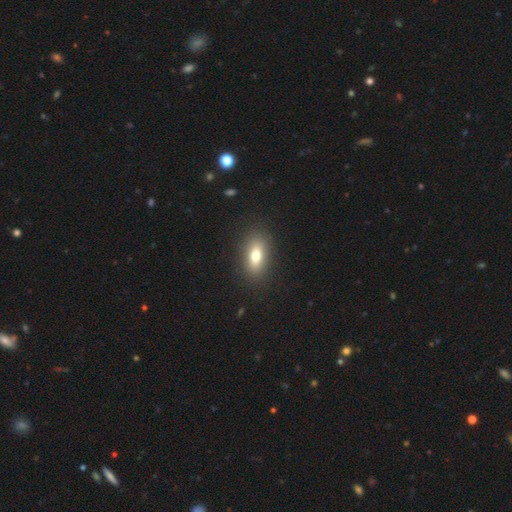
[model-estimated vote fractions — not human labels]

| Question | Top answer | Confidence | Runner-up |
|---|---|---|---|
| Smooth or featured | smooth | 72% | featured or disk (18%) |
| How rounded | in between | 81% | cigar-shaped (10%) |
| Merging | none | 87% | minor disturbance (8%) |